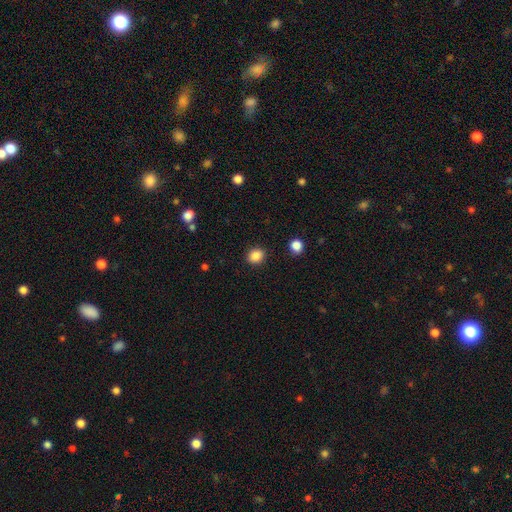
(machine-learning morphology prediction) This appears to be a smooth galaxy with no disk features (87%) that is round (65%). Merging: none (89%).